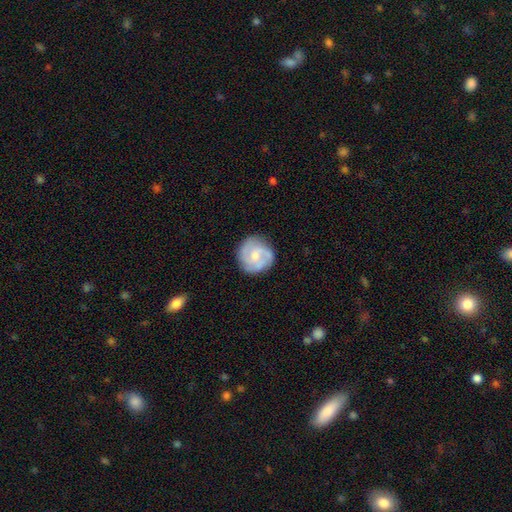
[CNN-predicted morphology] This is likely a featured or disk galaxy (69%). It is clearly not viewed edge-on (98%). Bar: likely no (64%). Spiral arm pattern: clearly yes (92%). Spiral arm count: possibly 3 (46%). Spiral winding: possibly tight (46%). Central bulge: possibly moderate (48%). Merging: clearly none (81%).